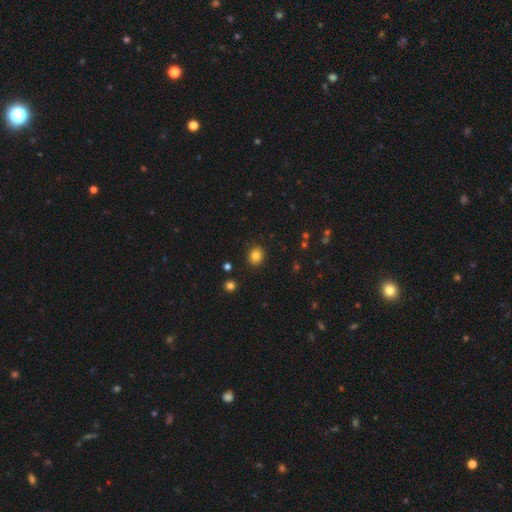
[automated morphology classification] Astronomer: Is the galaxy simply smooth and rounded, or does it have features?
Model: smooth — 83%.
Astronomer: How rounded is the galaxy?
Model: round — 71%.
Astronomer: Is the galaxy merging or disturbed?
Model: none — 88%.